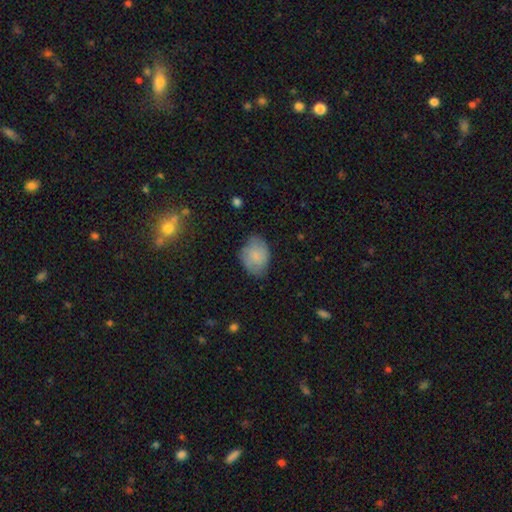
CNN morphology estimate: Smooth or featured? smooth (74%)
How rounded? in between (70%)
Merging? none (69%)